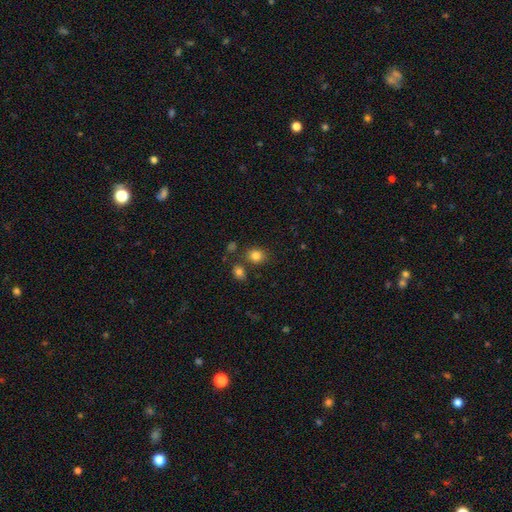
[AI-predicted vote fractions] Smooth or featured?
  - smooth: 82% *
  - star or artifact: 11%
  - featured or disk: 6%
How rounded?
  - round: 66% *
  - in between: 33%
  - cigar-shaped: 1%
Merging?
  - none: 74% *
  - merger: 12%
  - minor disturbance: 11%
  - major disturbance: 4%